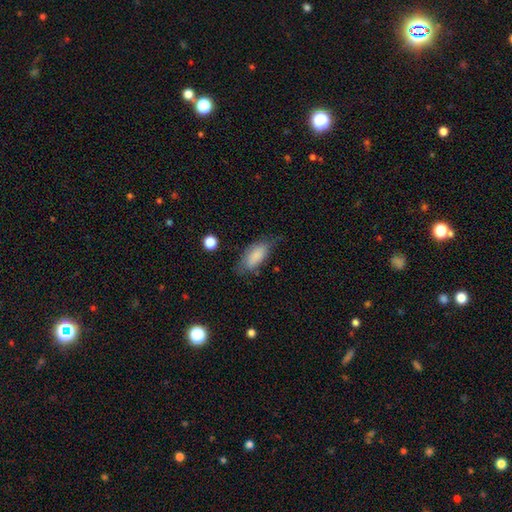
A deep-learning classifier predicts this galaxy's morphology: This is clearly a smooth galaxy (82%). How rounded: clearly in between (84%). Merging: likely none (60%).